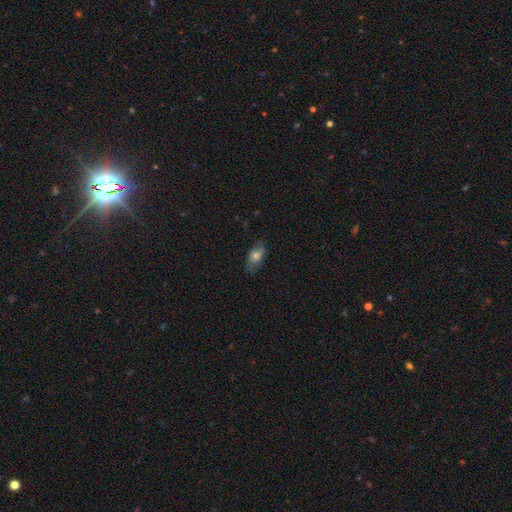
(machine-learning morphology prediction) This appears to be a smooth galaxy with no disk features (65%) that is in between round and cigar-shaped (83%). Merging: none (72%).